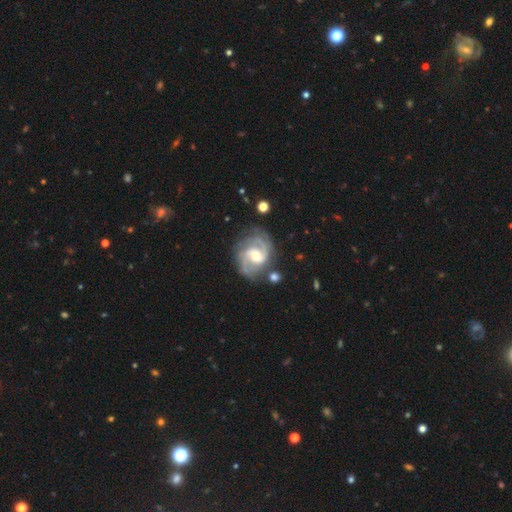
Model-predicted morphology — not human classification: This is clearly a featured or disk galaxy (90%). It is clearly not viewed edge-on (98%). Bar: possibly weak (51%). Spiral arm pattern: clearly yes (98%). Spiral arm count: likely 2 (76%). Spiral winding: possibly medium (54%). Central bulge: likely moderate (63%). Merging: likely none (72%).